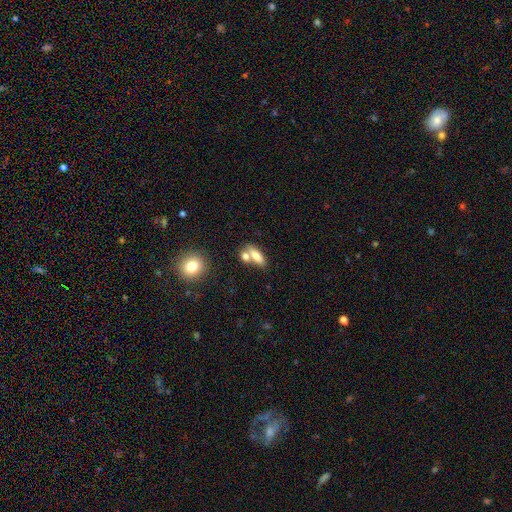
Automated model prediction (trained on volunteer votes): Smooth or featured: smooth — 75% (featured or disk — 17%)
How rounded: in between — 70% (cigar-shaped — 22%)
Merging: none — 43% (merger — 42%)